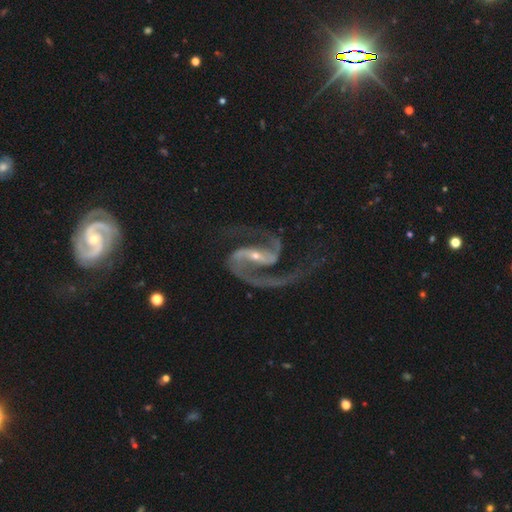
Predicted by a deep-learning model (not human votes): smooth_or_featured: featured or disk (p=0.94) [alt: star or artifact p=0.04]
disk_edge_on: no (p=0.98) [alt: yes p=0.02]
bar: strong (p=0.54) [alt: weak p=0.31]
has_spiral_arms: yes (p=0.99) [alt: no p=0.01]
spiral_winding: medium (p=0.62) [alt: loose p=0.22]
spiral_arm_count: 2 (p=0.93) [alt: 1 p=0.02]
bulge_size: small (p=0.76) [alt: moderate p=0.20]
merging: none (p=0.67) [alt: minor disturbance p=0.16]